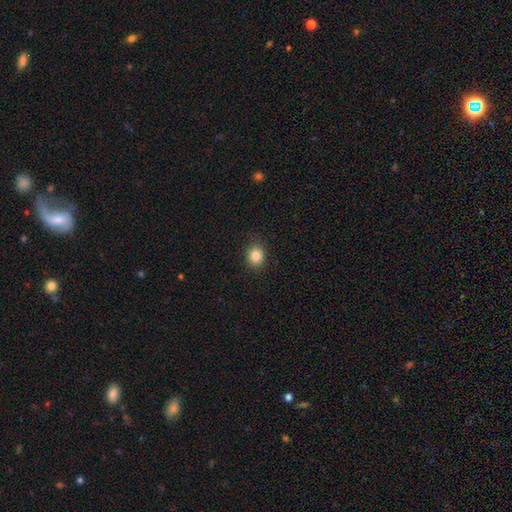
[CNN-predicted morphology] Q: Smooth or featured?
A: smooth (84%); runner-up: star or artifact (11%)
Q: How rounded?
A: round (71%); runner-up: in between (29%)
Q: Merging?
A: none (88%); runner-up: minor disturbance (9%)